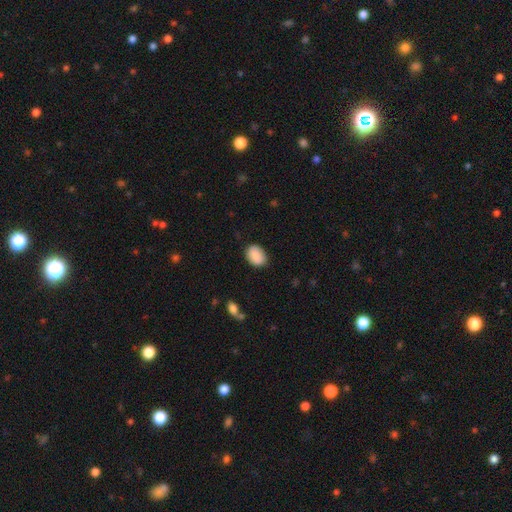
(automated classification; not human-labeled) Morphology: type=smooth (87%); roundness=in between (71%); merging=none (83%).